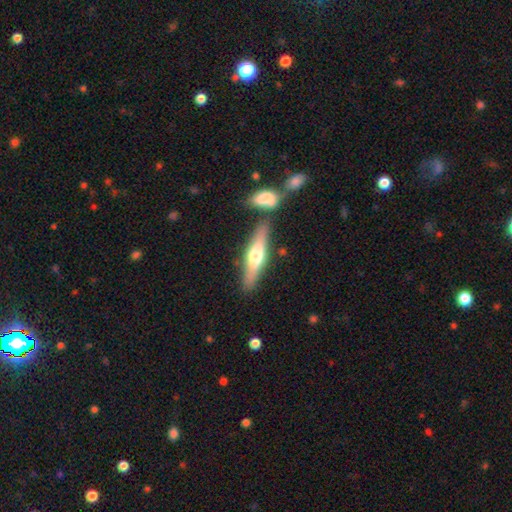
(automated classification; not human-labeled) This appears to be a featured or disk galaxy (50%). Merging: none (72%).